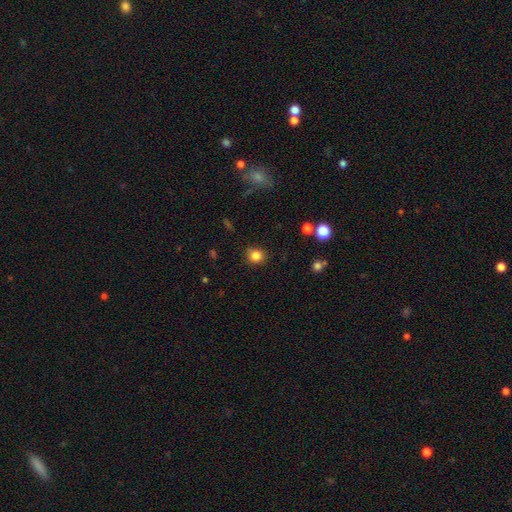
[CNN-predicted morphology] Overall: smooth (83%). How rounded: round (83%). Merging: none (85%).